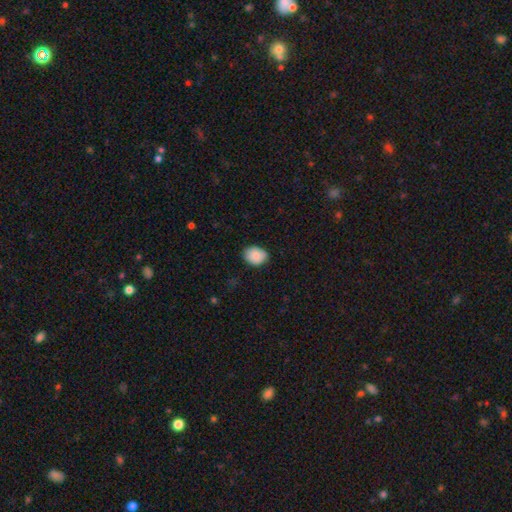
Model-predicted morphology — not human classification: smooth 87%, star or artifact 7%, featured or disk 6%. Down the decision tree: how rounded — in between (61%); merging — none (77%).